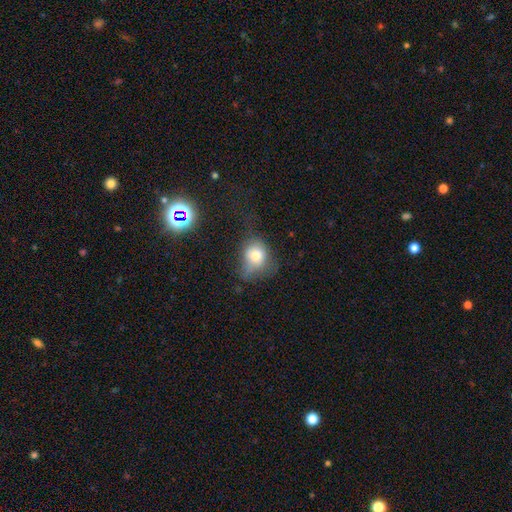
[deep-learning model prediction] Smooth or featured?
  - smooth: 73% *
  - featured or disk: 15%
  - star or artifact: 12%
How rounded?
  - round: 52% *
  - in between: 47%
  - cigar-shaped: 1%
Merging?
  - none: 36% *
  - minor disturbance: 33%
  - major disturbance: 27%
  - merger: 4%